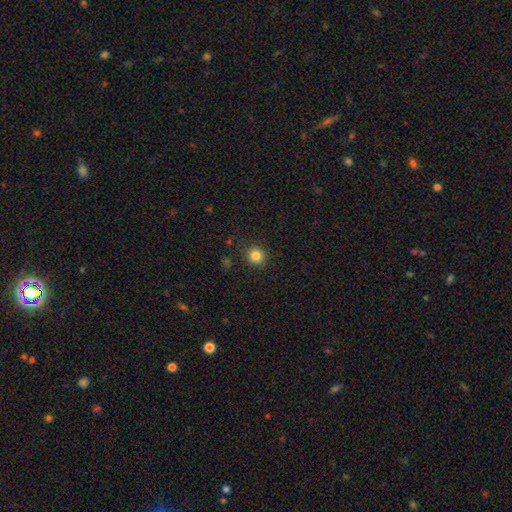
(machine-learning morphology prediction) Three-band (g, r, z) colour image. It shows a smooth galaxy with no disk features (84%) that is round (91%). Merging: none (89%).